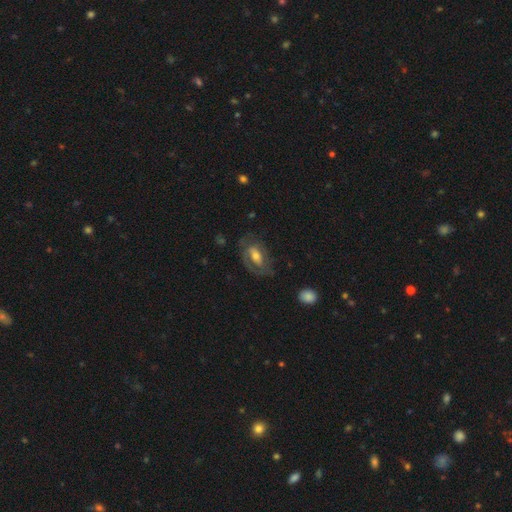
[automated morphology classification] Smooth or featured? Predicted: featured or disk (p=0.62). Edge-on disk? Predicted: no (p=0.93). Bar? Predicted: no (p=0.42). Spiral arms? Predicted: yes (p=0.67). Bulge size? Predicted: moderate (p=0.56). Merging? Predicted: none (p=0.59).